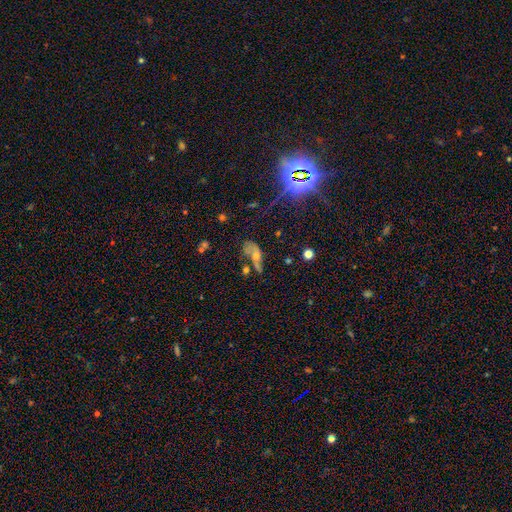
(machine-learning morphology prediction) smooth-or-featured: featured or disk: 42% | smooth: 31% | star or artifact: 28%
  merging: major disturbance: 30% | none: 29% | merger: 21% | minor disturbance: 20%